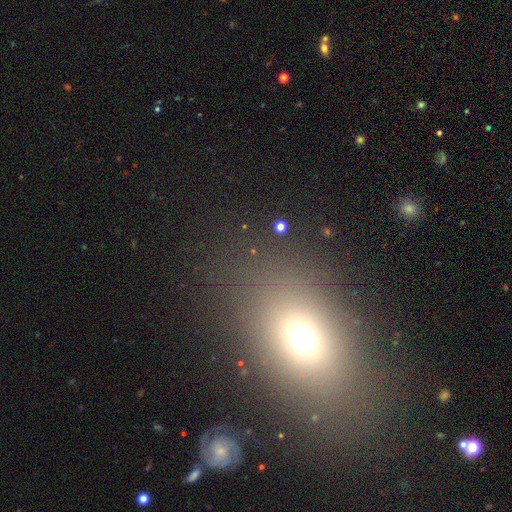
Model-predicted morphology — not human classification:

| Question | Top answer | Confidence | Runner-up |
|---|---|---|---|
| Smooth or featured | smooth | 62% | star or artifact (26%) |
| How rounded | in between | 63% | round (33%) |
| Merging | none | 83% | minor disturbance (9%) |